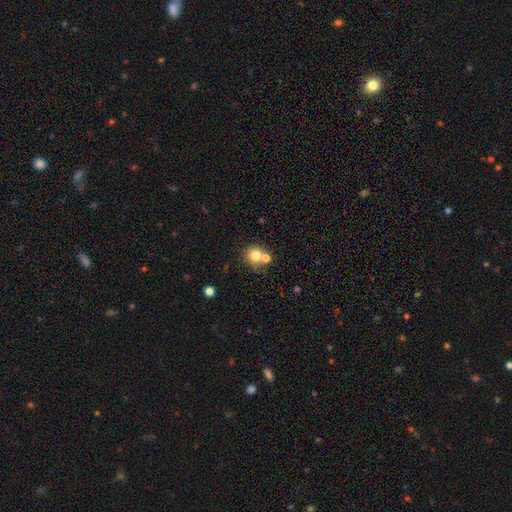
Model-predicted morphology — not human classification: This is likely a smooth galaxy (76%). How rounded: clearly round (87%). Merging: possibly none (56%).